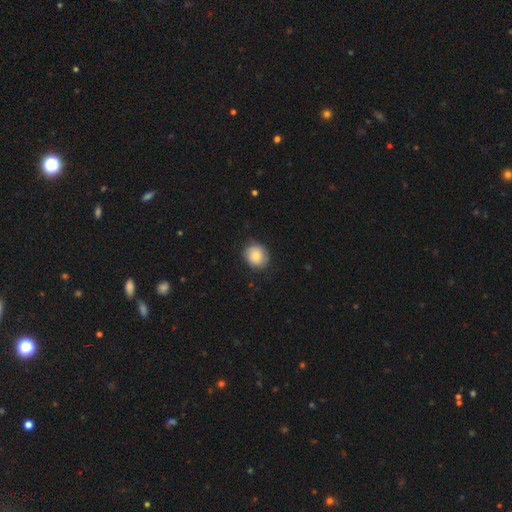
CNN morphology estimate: This is clearly a smooth galaxy (83%). How rounded: likely round (79%). Merging: clearly none (80%).